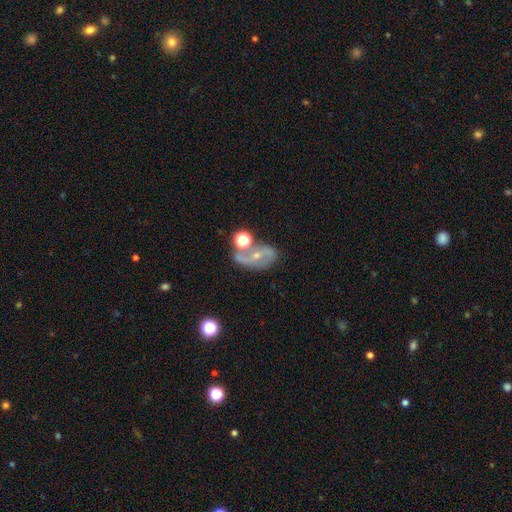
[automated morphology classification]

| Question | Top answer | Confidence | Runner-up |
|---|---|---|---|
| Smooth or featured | featured or disk | 71% | smooth (17%) |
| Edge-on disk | no | 96% | yes (4%) |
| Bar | no | 41% | weak (36%) |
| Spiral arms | yes | 81% | no (19%) |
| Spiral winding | loose | 43% | medium (40%) |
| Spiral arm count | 2 | 81% | 1 (8%) |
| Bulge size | small | 59% | moderate (35%) |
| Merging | none | 52% | merger (19%) |